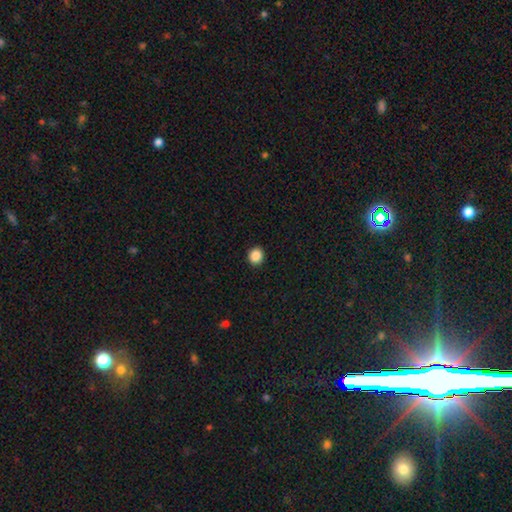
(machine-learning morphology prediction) smooth 88%, star or artifact 10%, featured or disk 3%. Down the decision tree: how rounded — round (83%); merging — none (92%).